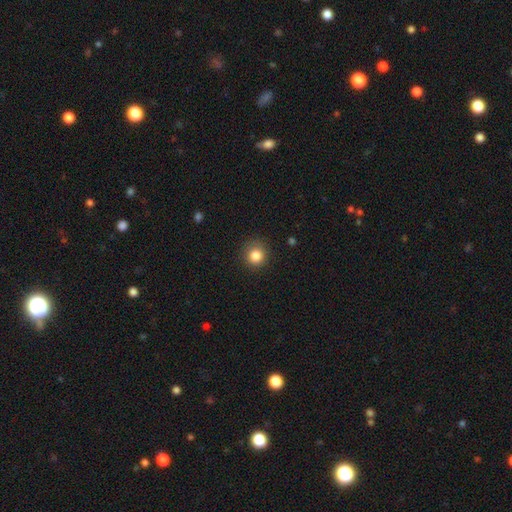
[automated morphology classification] smooth_or_featured: smooth (p=0.84) [alt: star or artifact p=0.11]
how_rounded: round (p=0.92) [alt: in between p=0.07]
merging: none (p=0.87) [alt: minor disturbance p=0.09]